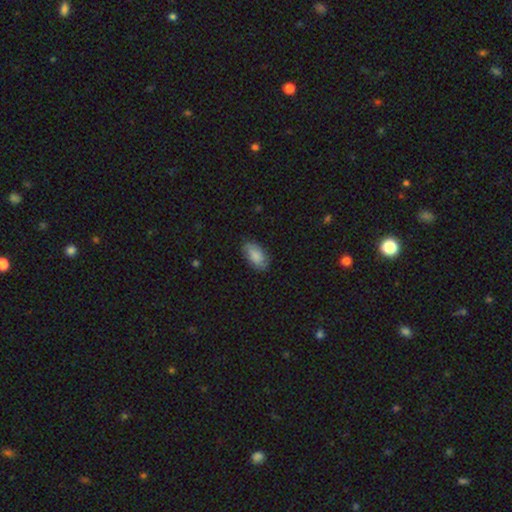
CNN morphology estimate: A smooth galaxy with no disk features (82%) that is in between round and cigar-shaped (93%).

Vote fractions:
- Smooth or featured? smooth: 82% / featured or disk: 12% / star or artifact: 6%
- How rounded? in between: 93% / cigar-shaped: 4% / round: 3%
- Merging? none: 80% / minor disturbance: 15% / major disturbance: 3% / merger: 1%